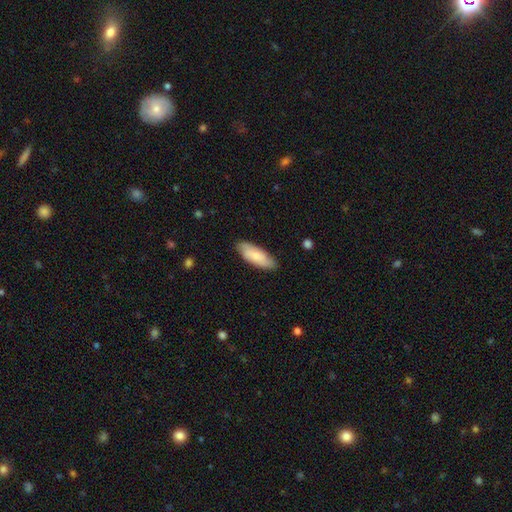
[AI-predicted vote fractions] Smooth or featured: smooth — 72% (featured or disk — 22%)
How rounded: in between — 71% (cigar-shaped — 27%)
Merging: none — 83% (minor disturbance — 13%)